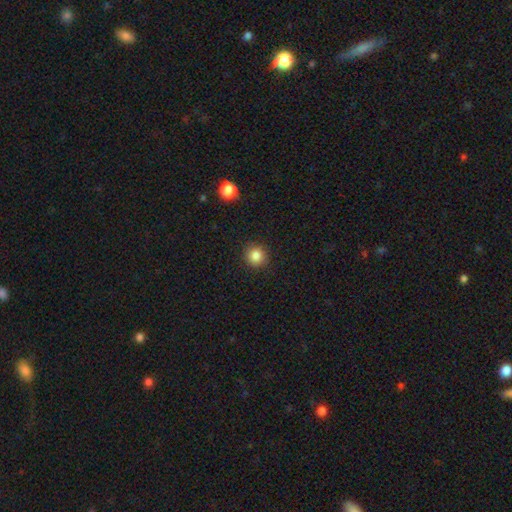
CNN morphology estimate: A smooth galaxy with no disk features (85%) that is round (93%). Merging: none (91%).